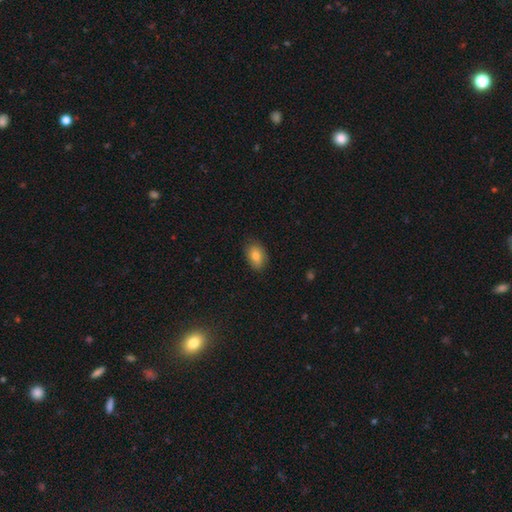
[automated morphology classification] Smooth or featured? Predicted: smooth (p=0.82). How rounded? Predicted: in between (p=0.86). Merging? Predicted: none (p=0.83).